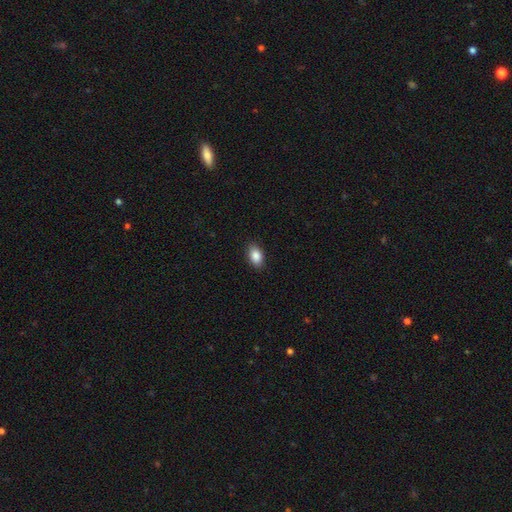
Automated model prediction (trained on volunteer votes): Smooth or featured? smooth (87%)
How rounded? in between (89%)
Merging? none (89%)